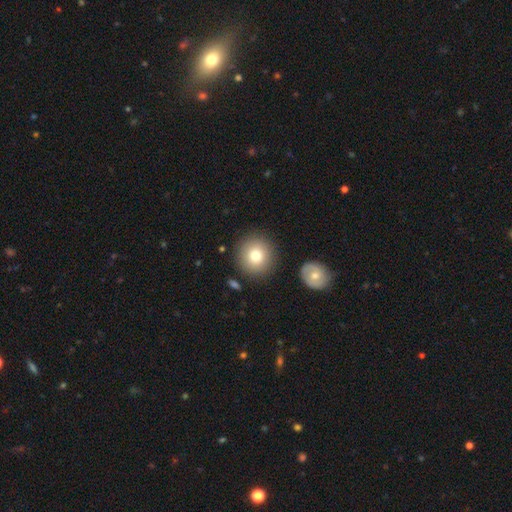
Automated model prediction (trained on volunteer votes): Smooth or featured?
  - smooth: 78% *
  - featured or disk: 13%
  - star or artifact: 10%
How rounded?
  - round: 93% *
  - in between: 6%
  - cigar-shaped: 1%
Merging?
  - none: 87% *
  - minor disturbance: 7%
  - merger: 3%
  - major disturbance: 3%